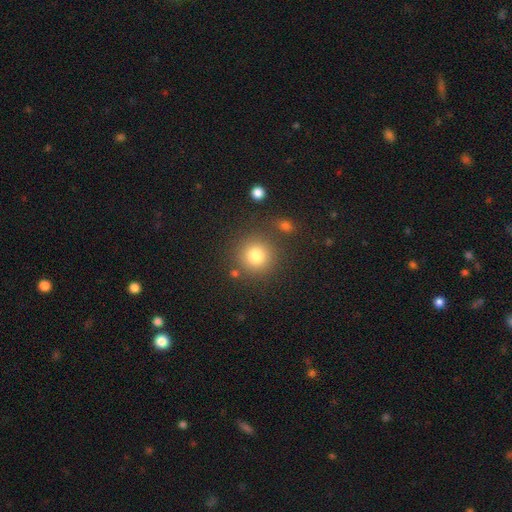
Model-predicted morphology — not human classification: Smooth or featured? Predicted: smooth (p=0.79). How rounded? Predicted: round (p=0.94). Merging? Predicted: none (p=0.83).